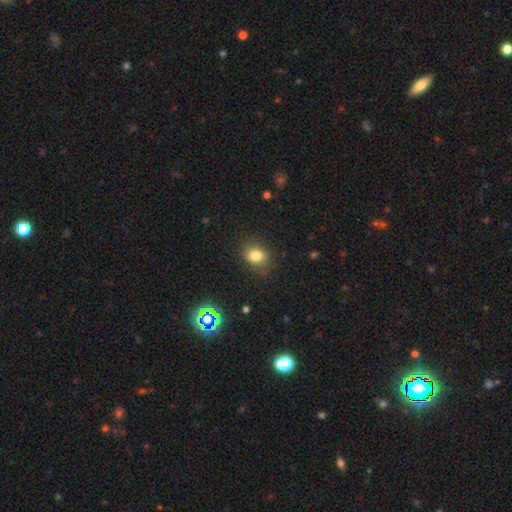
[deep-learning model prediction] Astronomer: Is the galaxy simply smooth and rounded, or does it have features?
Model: smooth — 80%.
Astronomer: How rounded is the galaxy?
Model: in between — 54% (runner-up: round, 45%).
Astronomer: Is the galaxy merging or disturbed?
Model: none — 79%.